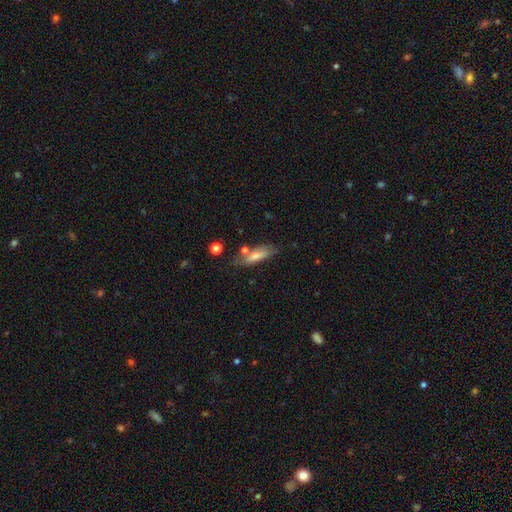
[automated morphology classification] This appears to be a smooth galaxy with no disk features (69%) that is cigar-shaped (56%). Merging: none (64%).